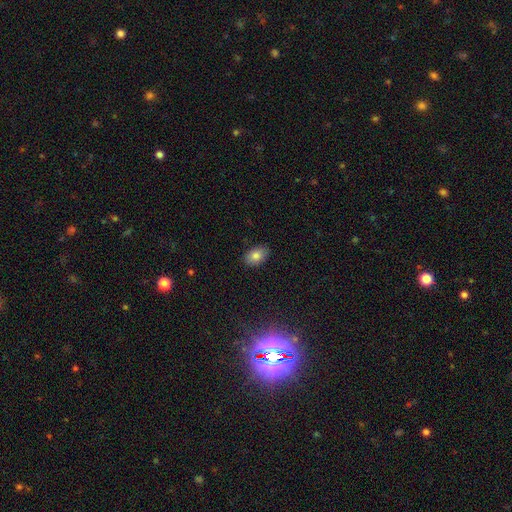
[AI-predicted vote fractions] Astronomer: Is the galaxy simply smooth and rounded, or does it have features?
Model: smooth — 82%.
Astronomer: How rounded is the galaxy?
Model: in between — 88%.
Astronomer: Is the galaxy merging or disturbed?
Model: none — 88%.